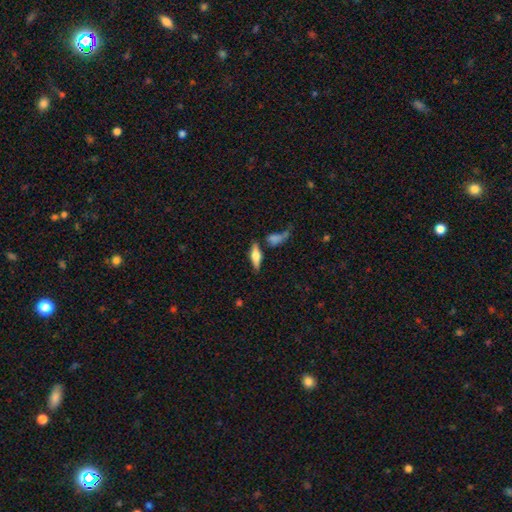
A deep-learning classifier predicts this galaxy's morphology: smooth_or_featured: smooth (p=0.52) [alt: featured or disk p=0.41]
how_rounded: in between (p=0.53) [alt: cigar-shaped p=0.44]
merging: none (p=0.67) [alt: minor disturbance p=0.15]